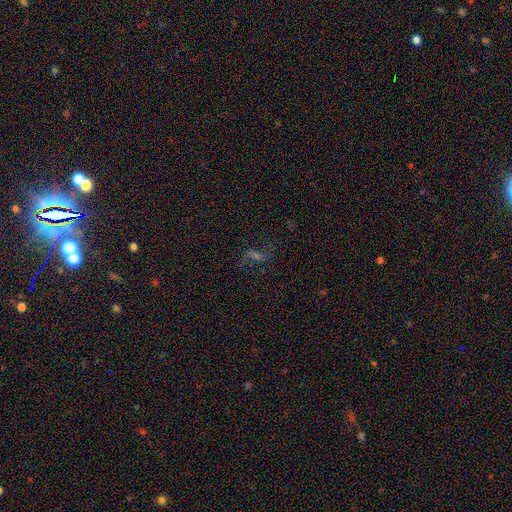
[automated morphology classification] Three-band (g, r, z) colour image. It shows a featured or disk galaxy (45%). Merging: none (70%).